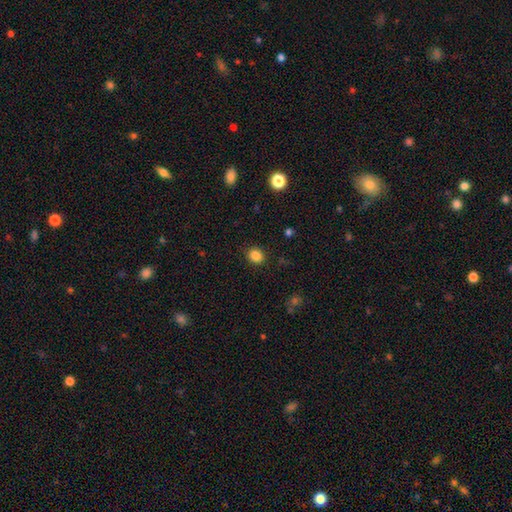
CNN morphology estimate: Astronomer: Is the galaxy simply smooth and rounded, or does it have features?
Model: smooth — 85%.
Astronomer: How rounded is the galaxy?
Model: round — 75%.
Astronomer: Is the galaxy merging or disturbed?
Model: none — 89%.